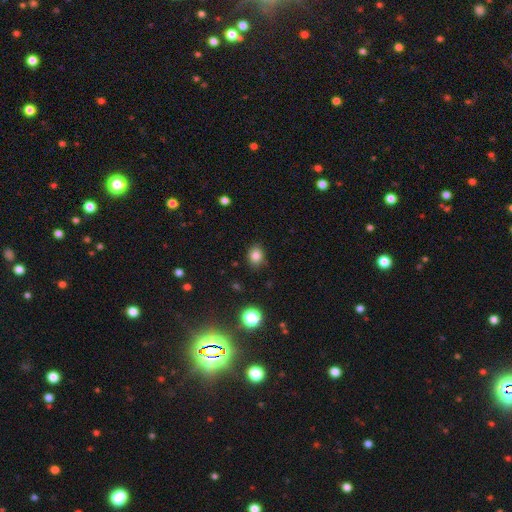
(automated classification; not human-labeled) This appears to be a smooth galaxy with no disk features (83%) that is in between round and cigar-shaped (53%). Merging: none (86%).